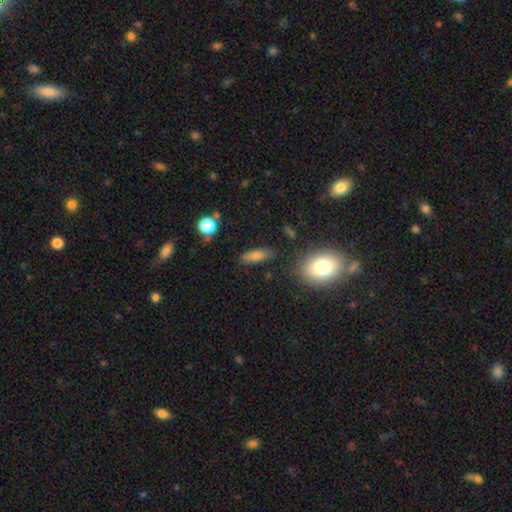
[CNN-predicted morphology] Smooth or featured? Predicted: smooth (p=0.79). How rounded? Predicted: in between (p=0.59). Merging? Predicted: none (p=0.81).